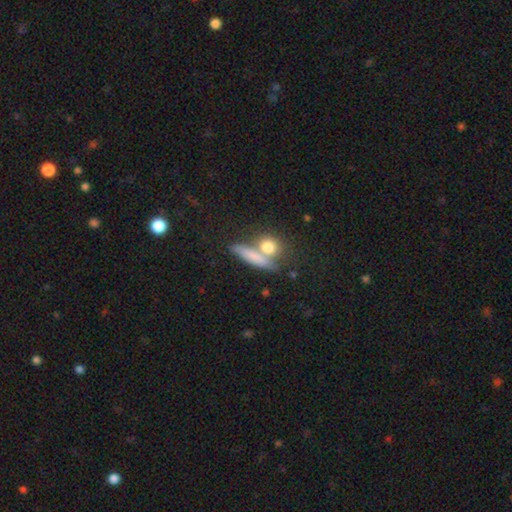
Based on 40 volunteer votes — smooth_or_featured: smooth (p=0.82) [alt: featured or disk p=0.17]
how_rounded: cigar-shaped (p=0.64) [alt: round p=0.18]
merging: none (p=0.50) [alt: merger p=0.38]